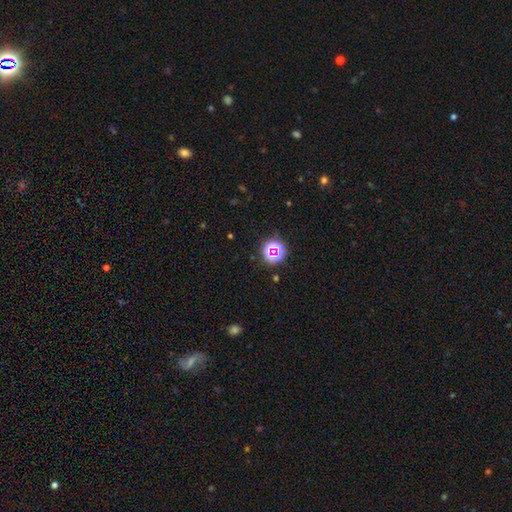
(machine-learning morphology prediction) Smooth or featured? Predicted: star or artifact (p=0.67).